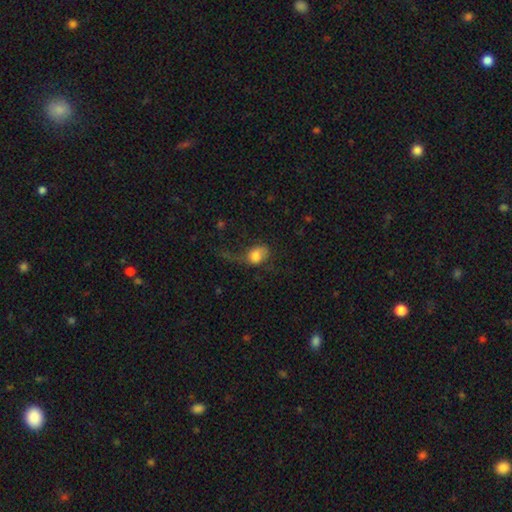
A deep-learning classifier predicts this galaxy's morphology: smooth-or-featured: smooth: 74% | featured or disk: 17% | star or artifact: 9%
  how-rounded: in between: 67% | round: 31% | cigar-shaped: 2%
  merging: major disturbance: 47% | none: 26% | minor disturbance: 23% | merger: 4%